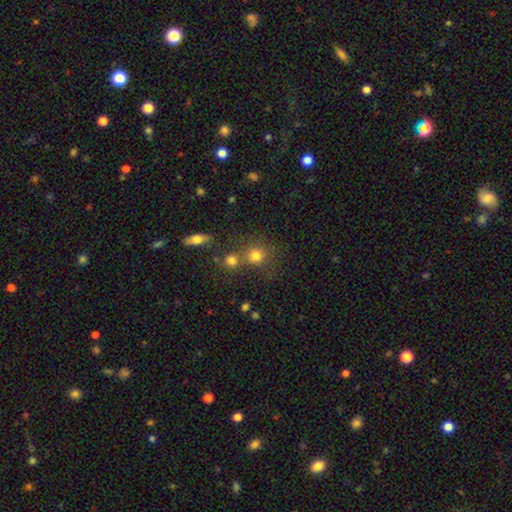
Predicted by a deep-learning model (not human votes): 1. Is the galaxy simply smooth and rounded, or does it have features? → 77% smooth, 14% star or artifact, 9% featured or disk.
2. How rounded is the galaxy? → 84% round, 15% in between, 1% cigar-shaped.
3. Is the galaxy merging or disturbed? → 57% none, 28% merger, 10% minor disturbance, 5% major disturbance.